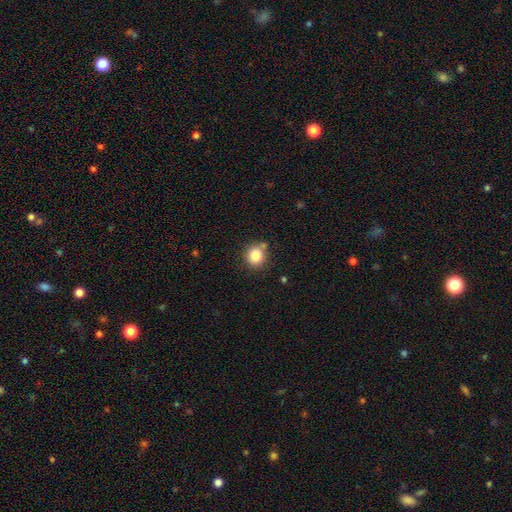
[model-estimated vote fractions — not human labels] Smooth or featured? Predicted: smooth (p=0.84). How rounded? Predicted: round (p=0.84). Merging? Predicted: none (p=0.76).